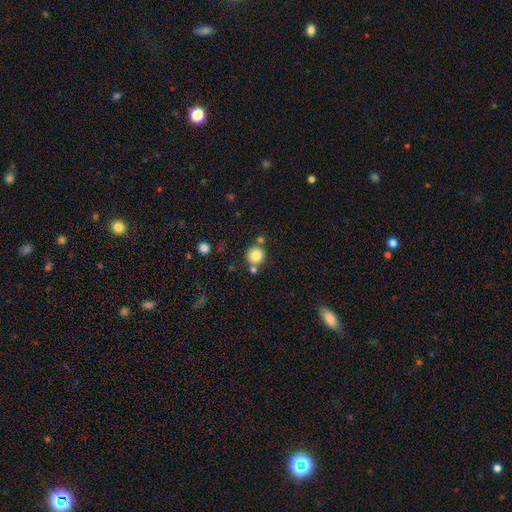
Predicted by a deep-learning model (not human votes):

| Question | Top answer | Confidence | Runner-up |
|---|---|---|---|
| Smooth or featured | smooth | 83% | star or artifact (10%) |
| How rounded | round | 93% | in between (6%) |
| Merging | none | 72% | merger (16%) |